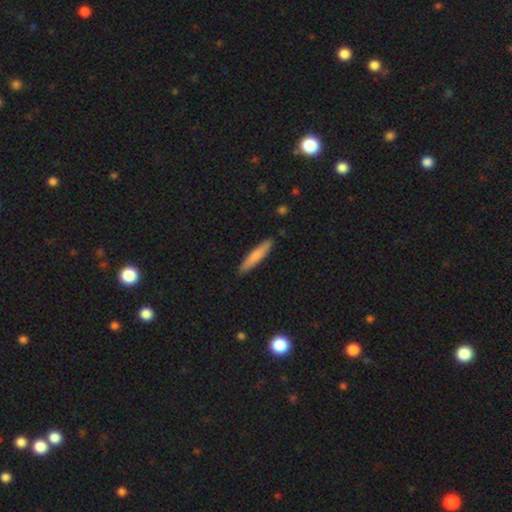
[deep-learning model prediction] A smooth galaxy with no disk features (77%) that is cigar-shaped (90%). Merging: none (89%).